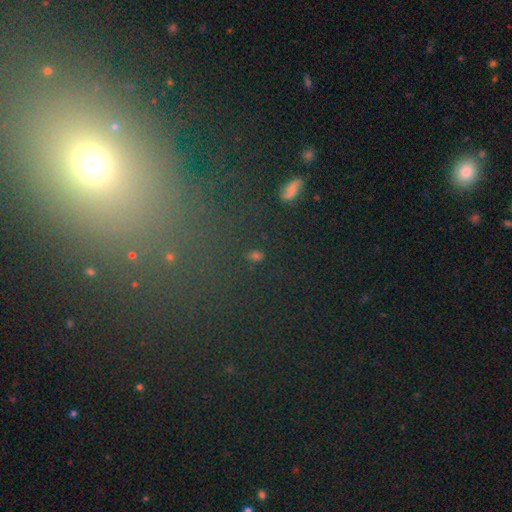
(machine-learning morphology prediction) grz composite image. It shows a star or artifact, not a galaxy (52%).